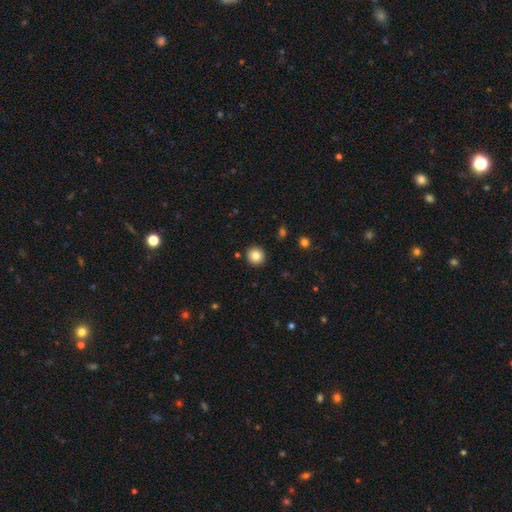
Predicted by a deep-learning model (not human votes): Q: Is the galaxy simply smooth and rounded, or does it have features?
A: smooth — 83%.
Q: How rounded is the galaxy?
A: round — 94%.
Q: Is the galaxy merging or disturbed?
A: none — 92%.